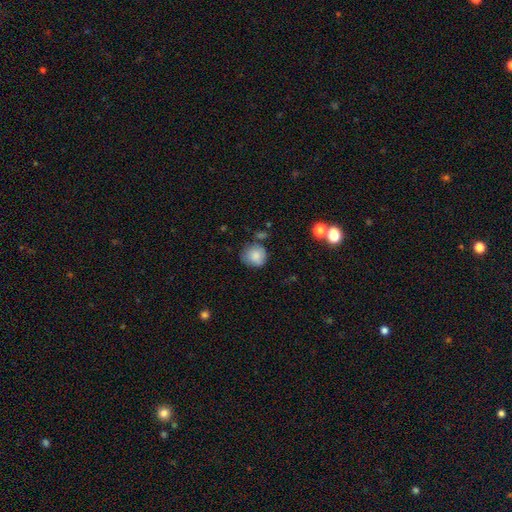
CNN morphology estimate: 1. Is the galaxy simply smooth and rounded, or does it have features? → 83% smooth, 9% star or artifact, 8% featured or disk.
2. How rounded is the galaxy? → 87% round, 12% in between, 1% cigar-shaped.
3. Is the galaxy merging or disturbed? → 68% none, 21% minor disturbance, 5% merger, 5% major disturbance.